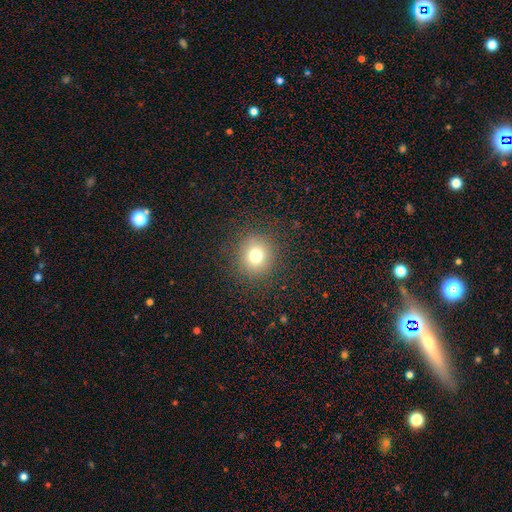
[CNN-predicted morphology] Q: Smooth or featured?
A: smooth (75%); runner-up: star or artifact (15%)
Q: How rounded?
A: round (89%); runner-up: in between (10%)
Q: Merging?
A: none (88%); runner-up: minor disturbance (7%)